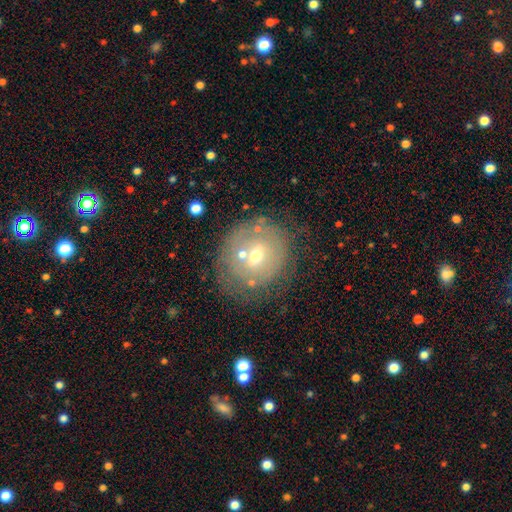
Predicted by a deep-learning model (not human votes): Overall: featured or disk (47%; smooth 41%). Merging: none (64%).